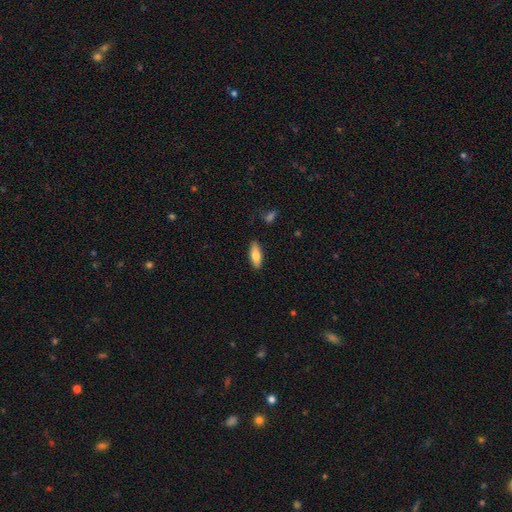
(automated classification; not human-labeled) smooth-or-featured: smooth: 78% | featured or disk: 16% | star or artifact: 6%
  how-rounded: in between: 72% | cigar-shaped: 26% | round: 2%
  merging: none: 88% | minor disturbance: 9% | major disturbance: 2% | merger: 1%